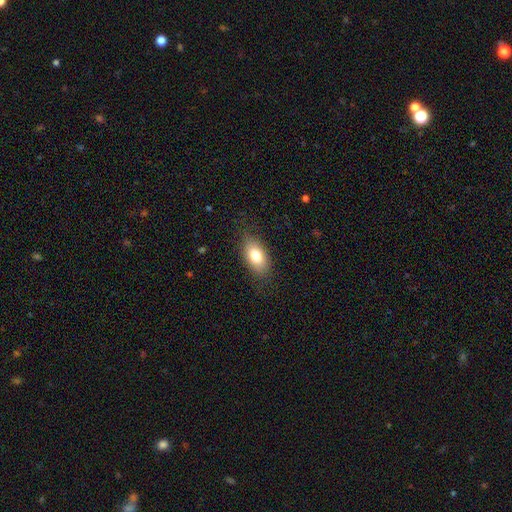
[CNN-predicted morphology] A smooth galaxy with no disk features (79%) that is in between round and cigar-shaped (90%).

Vote fractions:
- Smooth or featured? smooth: 79% / featured or disk: 13% / star or artifact: 8%
- How rounded? in between: 90% / round: 6% / cigar-shaped: 4%
- Merging? none: 82% / minor disturbance: 13% / major disturbance: 4% / merger: 1%